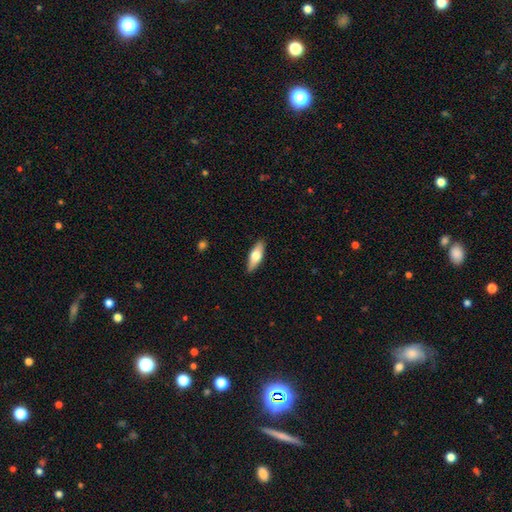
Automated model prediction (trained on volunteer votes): Morphology: type=smooth (64%); roundness=in between (63%); merging=none (89%).